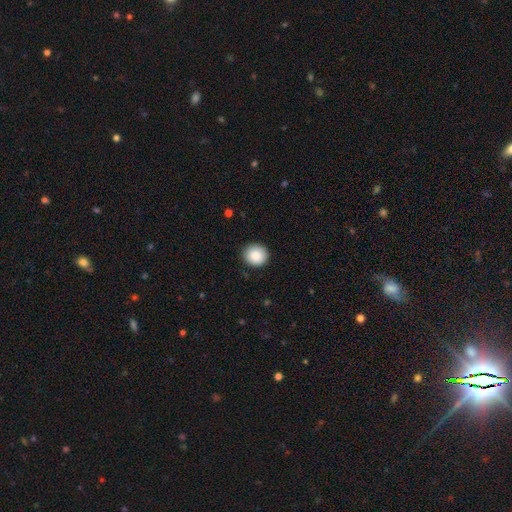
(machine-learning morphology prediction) Smooth or featured?
  - smooth: 87% *
  - star or artifact: 8%
  - featured or disk: 5%
How rounded?
  - round: 89% *
  - in between: 10%
  - cigar-shaped: 1%
Merging?
  - none: 90% *
  - minor disturbance: 7%
  - major disturbance: 2%
  - merger: 1%